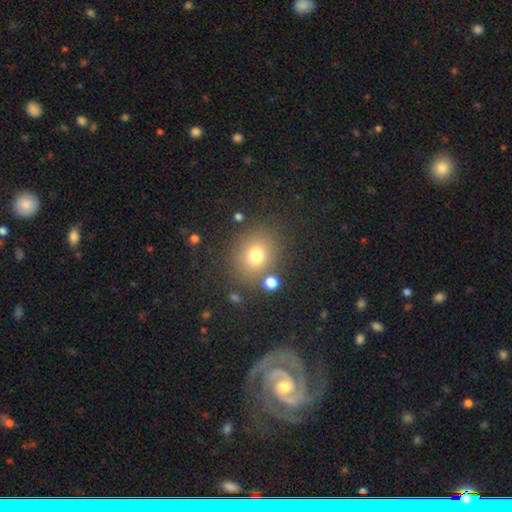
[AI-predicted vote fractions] This appears to be a smooth galaxy with no disk features (73%) that is round (73%). Merging: none (78%).